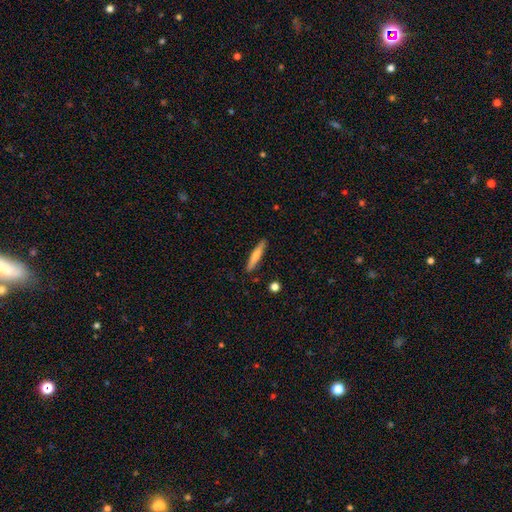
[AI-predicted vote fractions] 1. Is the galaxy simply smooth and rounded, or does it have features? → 70% smooth, 25% featured or disk, 6% star or artifact.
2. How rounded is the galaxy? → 92% cigar-shaped, 7% in between, 1% round.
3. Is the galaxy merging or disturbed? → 88% none, 8% minor disturbance, 2% major disturbance, 2% merger.